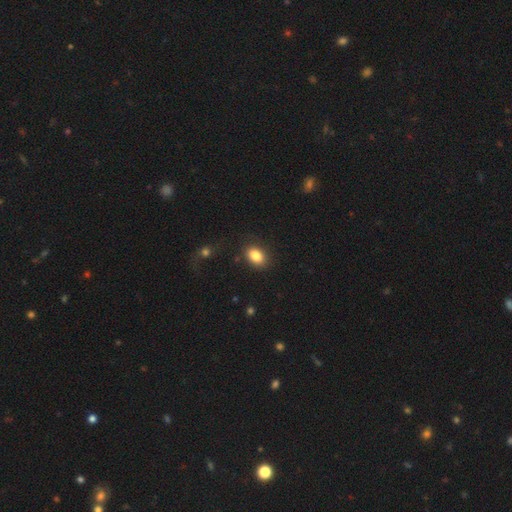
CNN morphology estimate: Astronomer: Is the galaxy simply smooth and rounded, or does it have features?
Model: smooth — 85%.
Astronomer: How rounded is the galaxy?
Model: in between — 83%.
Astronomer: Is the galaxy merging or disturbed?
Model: none — 84%.